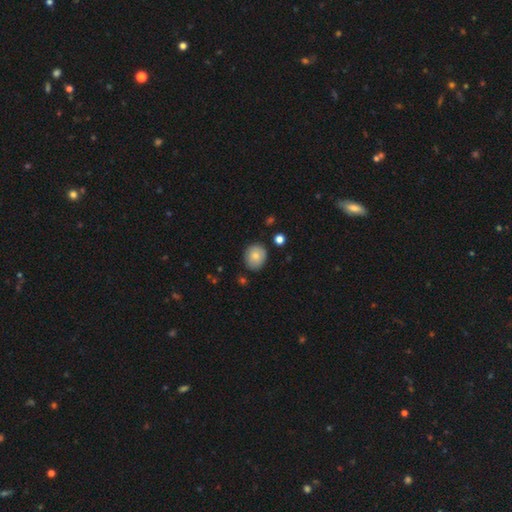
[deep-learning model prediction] Morphology: type=smooth (77%); roundness=round (70%); merging=none (80%).